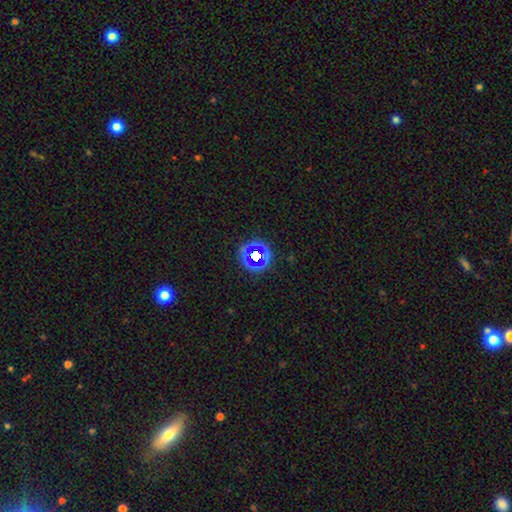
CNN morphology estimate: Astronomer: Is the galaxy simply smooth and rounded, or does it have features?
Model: star or artifact — 55% (runner-up: smooth, 33%).